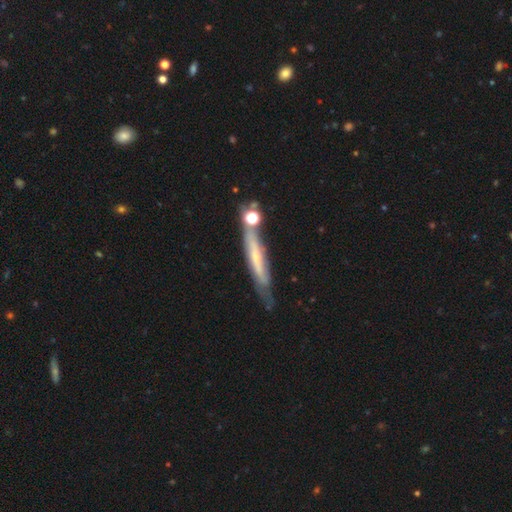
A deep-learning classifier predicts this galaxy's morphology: smooth_or_featured: featured or disk (p=0.64) [alt: smooth p=0.27]
disk_edge_on: yes (p=0.71) [alt: no p=0.29]
merging: none (p=0.58) [alt: minor disturbance p=0.23]